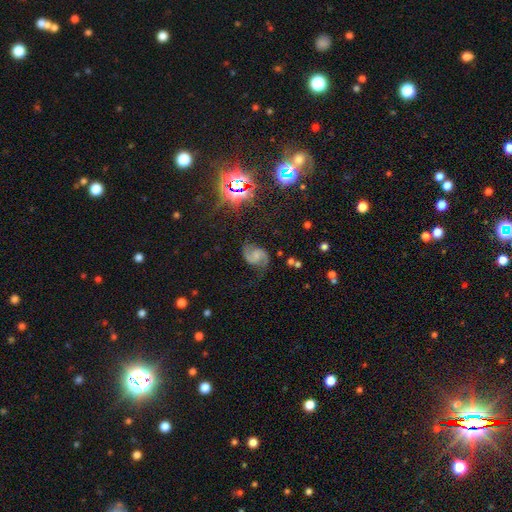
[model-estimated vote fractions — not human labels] Q: Smooth or featured?
A: featured or disk (77%); runner-up: smooth (12%)
Q: Edge-on disk?
A: no (98%); runner-up: yes (2%)
Q: Bar?
A: no (50%); runner-up: weak (40%)
Q: Spiral arms?
A: yes (96%); runner-up: no (4%)
Q: Spiral winding?
A: medium (47%); runner-up: loose (40%)
Q: Spiral arm count?
A: 2 (92%); runner-up: can't tell (3%)
Q: Bulge size?
A: none (45%); runner-up: small (28%)
Q: Merging?
A: none (70%); runner-up: minor disturbance (18%)